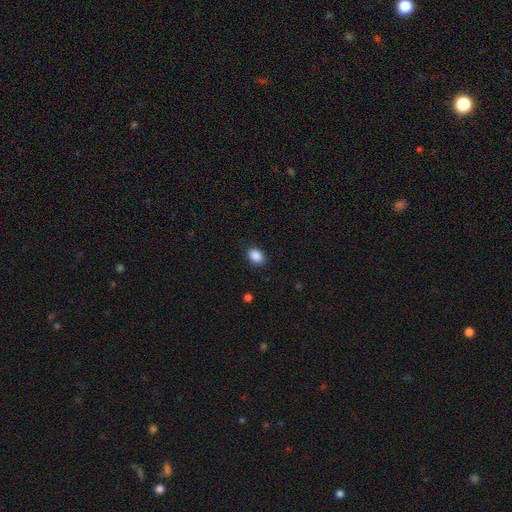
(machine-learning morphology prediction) This appears to be a smooth galaxy with no disk features (89%) that is in between round and cigar-shaped (79%). Merging: none (87%).